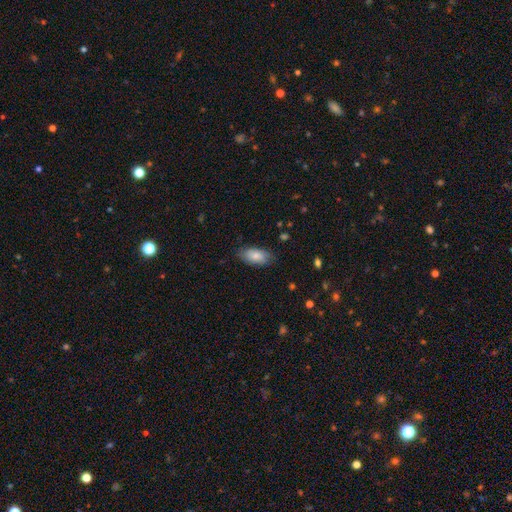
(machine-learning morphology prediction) The model was most divided on "merging": none: 79%, minor disturbance: 16%, major disturbance: 3%, merger: 1%. More confident: how rounded — in between (91%); smooth or featured — smooth (81%).